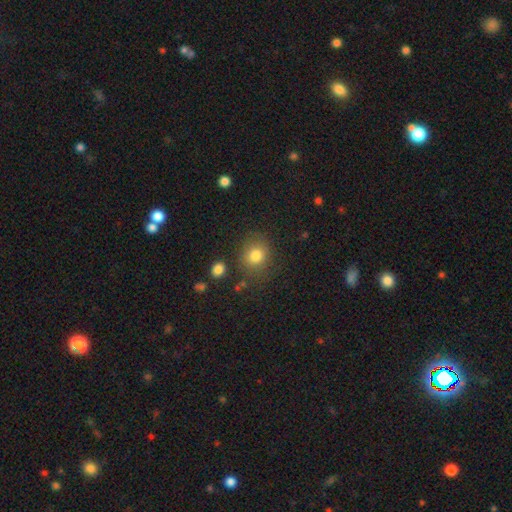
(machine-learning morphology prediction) A smooth galaxy with no disk features (81%) that is round (74%). Merging: none (76%).